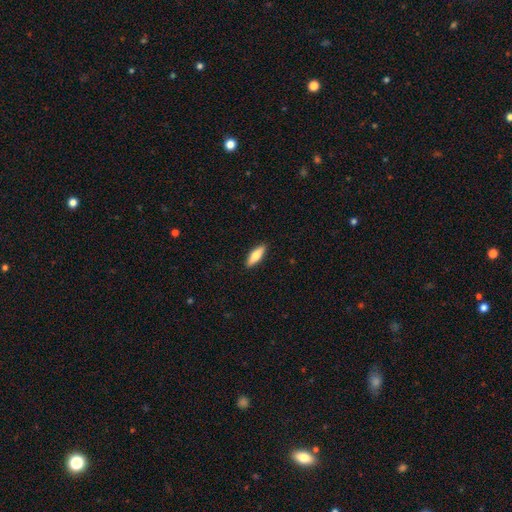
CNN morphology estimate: smooth 69%, featured or disk 26%, star or artifact 6%. Down the decision tree: how rounded — in between (52%); merging — none (90%).